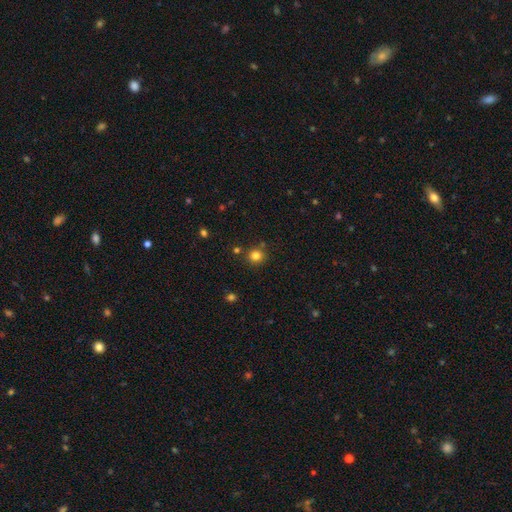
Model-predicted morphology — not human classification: The model was most divided on "smooth or featured": smooth: 80%, star or artifact: 14%, featured or disk: 6%. More confident: how rounded — round (91%); merging — none (82%).